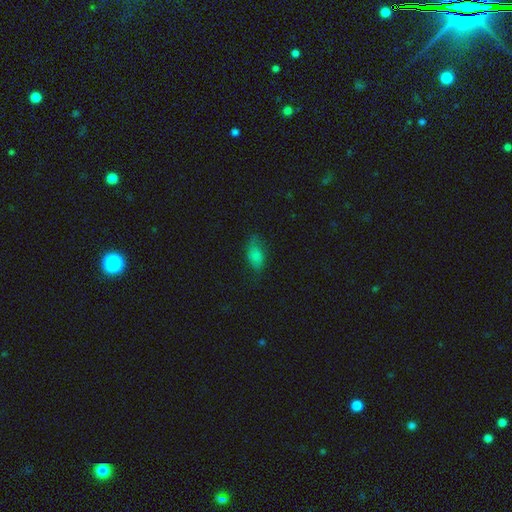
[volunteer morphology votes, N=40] smooth_or_featured: smooth (p=0.85) [alt: star or artifact p=0.12]
how_rounded: in between (p=1.00)
merging: none (p=0.60) [alt: minor disturbance p=0.34]